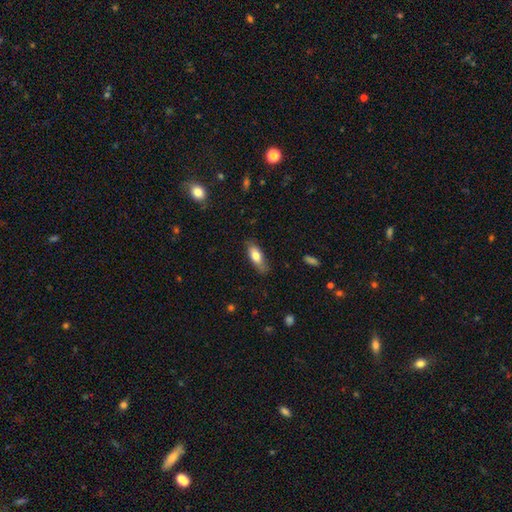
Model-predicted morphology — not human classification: The model was most divided on "how rounded": in between: 66%, cigar-shaped: 32%, round: 3%. More confident: merging — none (75%); smooth or featured — smooth (73%).